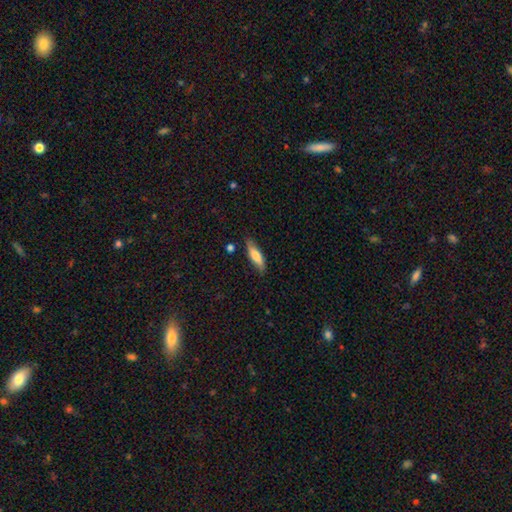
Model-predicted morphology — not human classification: Overall: smooth (72%). How rounded: cigar-shaped (57%; in between 41%). Merging: none (80%).